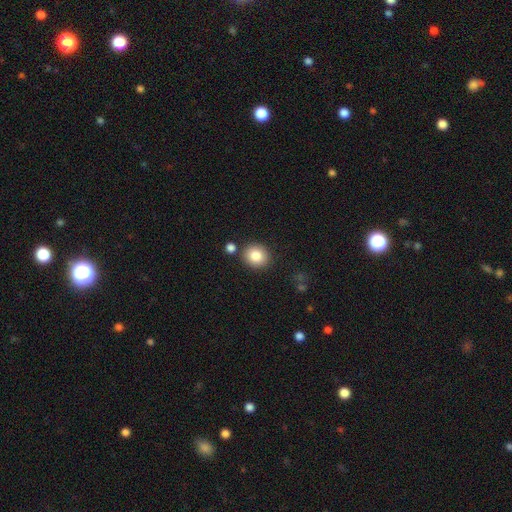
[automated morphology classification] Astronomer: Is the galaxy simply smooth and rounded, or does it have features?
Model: smooth — 84%.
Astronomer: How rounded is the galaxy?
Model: round — 79%.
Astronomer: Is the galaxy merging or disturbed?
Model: none — 83%.